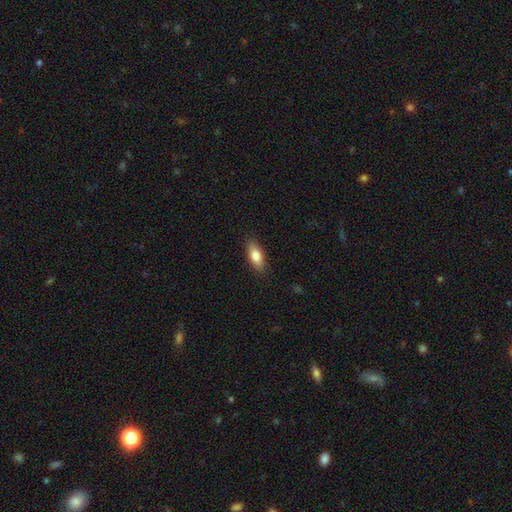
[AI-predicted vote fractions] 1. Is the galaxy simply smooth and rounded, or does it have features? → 80% smooth, 14% featured or disk, 7% star or artifact.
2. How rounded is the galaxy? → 78% in between, 19% cigar-shaped, 3% round.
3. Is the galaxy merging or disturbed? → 88% none, 9% minor disturbance, 2% major disturbance, 1% merger.